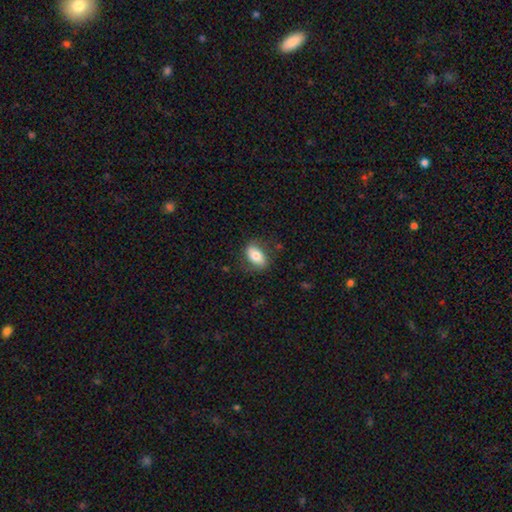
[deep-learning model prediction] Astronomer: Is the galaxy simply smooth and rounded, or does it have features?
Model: smooth — 74%.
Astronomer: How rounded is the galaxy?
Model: in between — 88%.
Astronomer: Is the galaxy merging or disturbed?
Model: none — 77%.